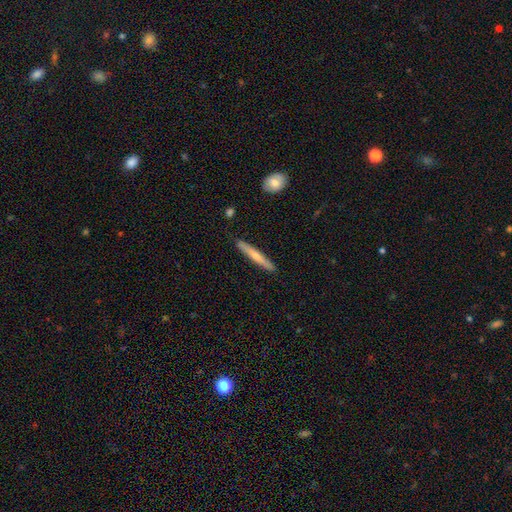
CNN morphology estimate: smooth 55%, featured or disk 39%, star or artifact 6%. Down the decision tree: how rounded — cigar-shaped (94%); merging — none (89%).